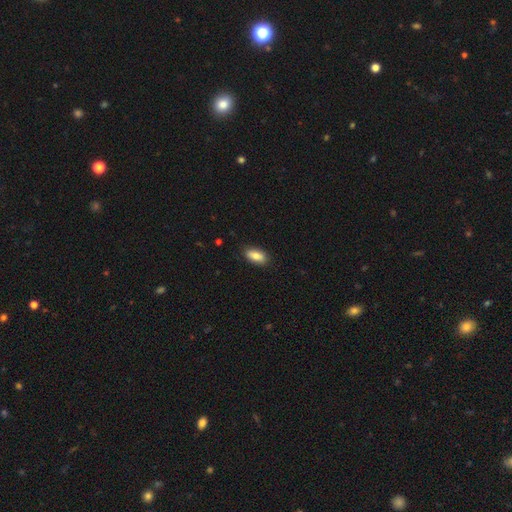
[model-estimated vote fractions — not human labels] A smooth galaxy with no disk features (83%) that is in between round and cigar-shaped (87%). Merging: none (86%).